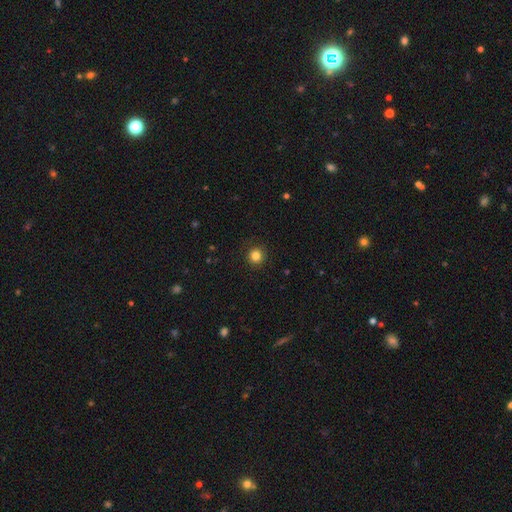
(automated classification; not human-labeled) A smooth galaxy with no disk features (84%) that is round (93%).

Vote fractions:
- Smooth or featured? smooth: 84% / star or artifact: 12% / featured or disk: 4%
- How rounded? round: 93% / in between: 6% / cigar-shaped: 1%
- Merging? none: 91% / minor disturbance: 6% / major disturbance: 2% / merger: 1%